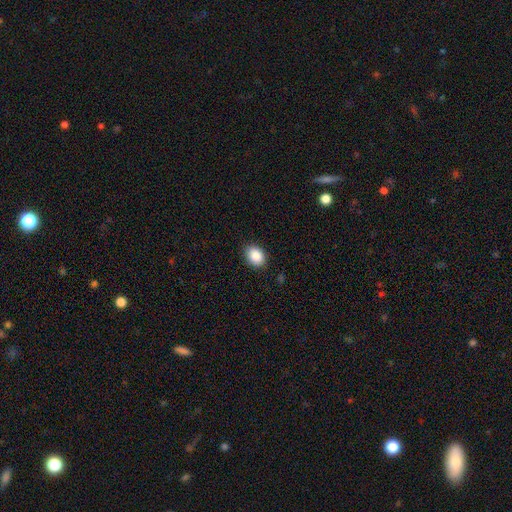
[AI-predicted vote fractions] smooth 88%, star or artifact 8%, featured or disk 3%. Down the decision tree: how rounded — in between (65%); merging — none (88%).